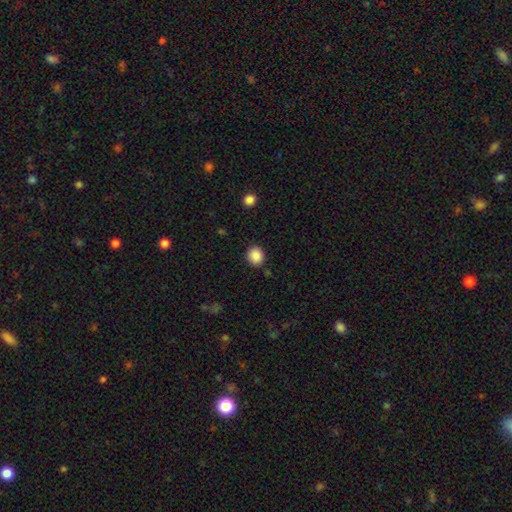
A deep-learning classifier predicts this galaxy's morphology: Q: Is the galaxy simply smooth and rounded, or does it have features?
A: smooth — 88%.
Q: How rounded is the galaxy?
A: round — 73%.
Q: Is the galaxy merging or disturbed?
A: none — 87%.